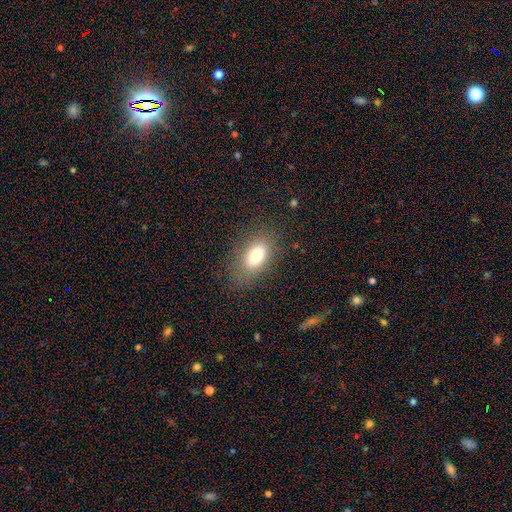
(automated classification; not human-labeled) This is likely a smooth galaxy (77%). How rounded: clearly in between (87%). Merging: clearly none (80%).